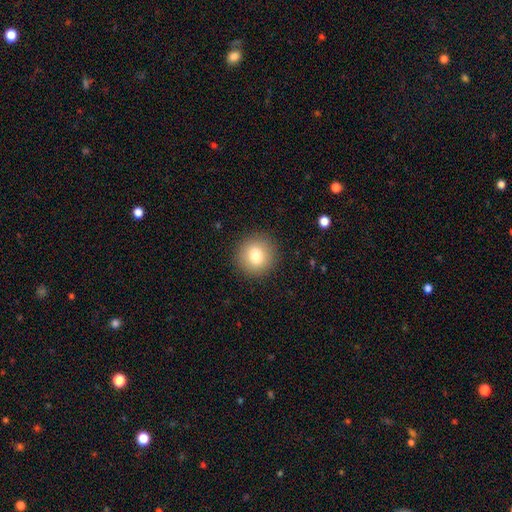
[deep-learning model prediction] smooth_or_featured: smooth (p=0.79) [alt: featured or disk p=0.11]
how_rounded: round (p=0.91) [alt: in between p=0.08]
merging: none (p=0.91) [alt: minor disturbance p=0.06]